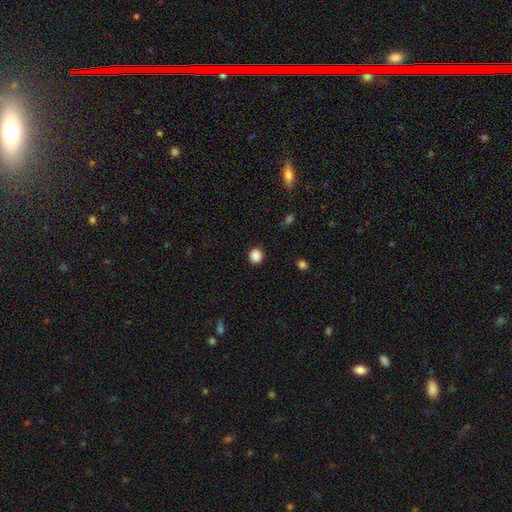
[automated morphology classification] A smooth galaxy with no disk features (88%) that is round (79%).

Vote fractions:
- Smooth or featured? smooth: 88% / star or artifact: 10% / featured or disk: 3%
- How rounded? round: 79% / in between: 20% / cigar-shaped: 1%
- Merging? none: 90% / minor disturbance: 7% / major disturbance: 2% / merger: 1%